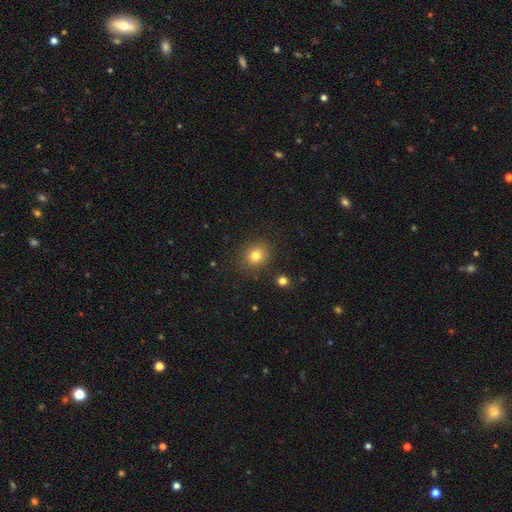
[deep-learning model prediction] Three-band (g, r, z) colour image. It shows a smooth galaxy with no disk features (80%) that is round (79%). Merging: none (87%).